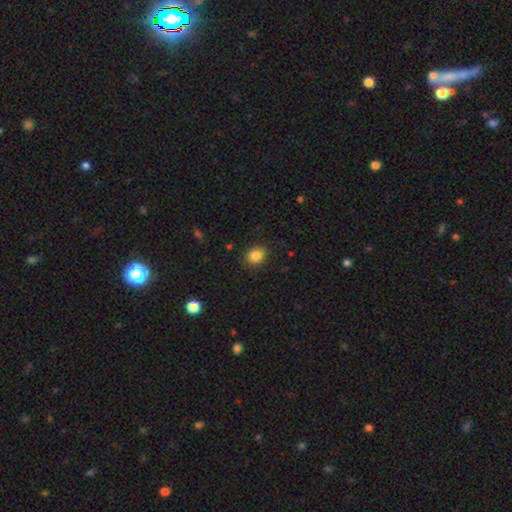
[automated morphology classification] Smooth or featured? Predicted: smooth (p=0.85). How rounded? Predicted: round (p=0.61). Merging? Predicted: none (p=0.86).